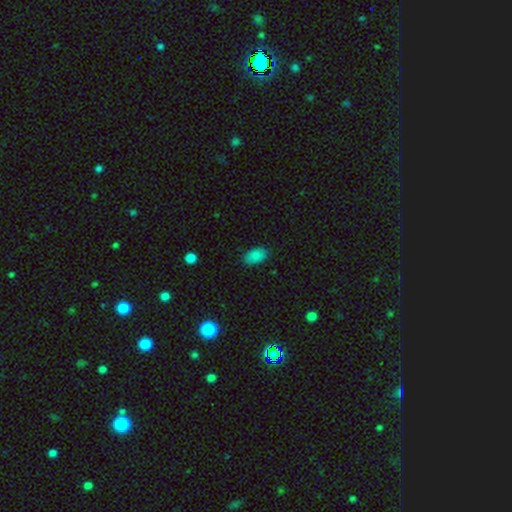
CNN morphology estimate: Overall: smooth (87%). How rounded: in between (93%). Merging: none (84%).